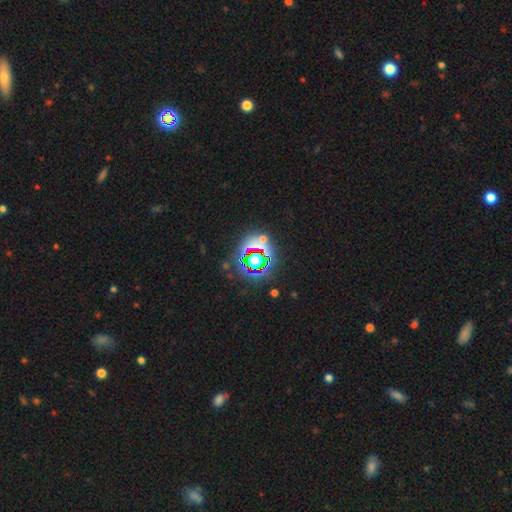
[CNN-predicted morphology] Smooth or featured? star or artifact (66%)